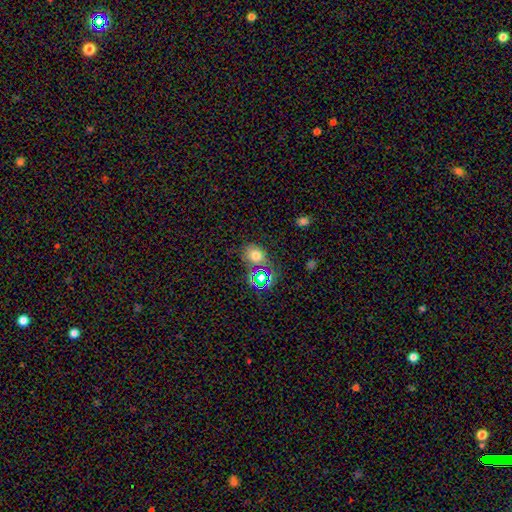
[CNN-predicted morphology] A smooth galaxy with no disk features (67%) that is round (55%). Merging: none (67%).